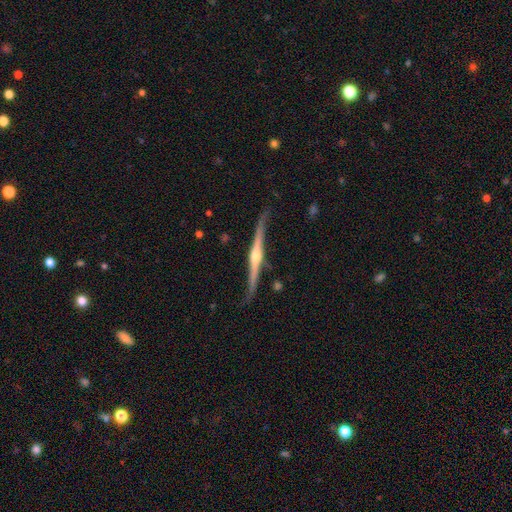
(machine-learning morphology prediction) type=featured or disk (87%); edge-on=yes (97%); edge-on bulge=rounded (92%); merging=none (76%).